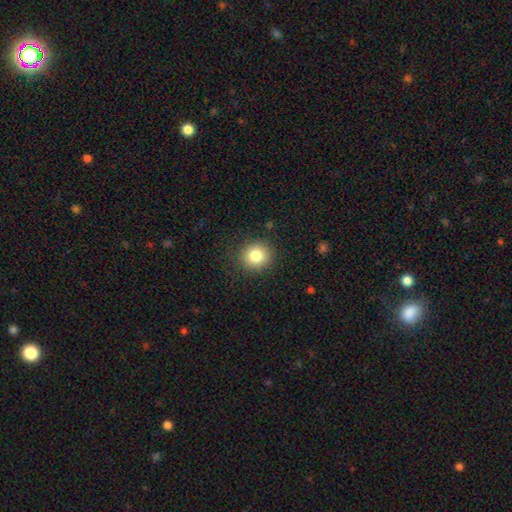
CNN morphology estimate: Q: Smooth or featured?
A: smooth (81%); runner-up: star or artifact (11%)
Q: How rounded?
A: round (89%); runner-up: in between (10%)
Q: Merging?
A: none (89%); runner-up: minor disturbance (7%)